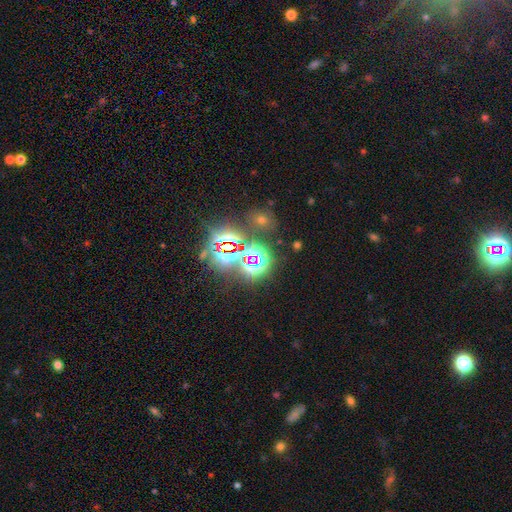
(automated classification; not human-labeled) A star or artifact, not a galaxy (76%).

Vote fractions:
- Smooth or featured? star or artifact: 76% / smooth: 16% / featured or disk: 9%